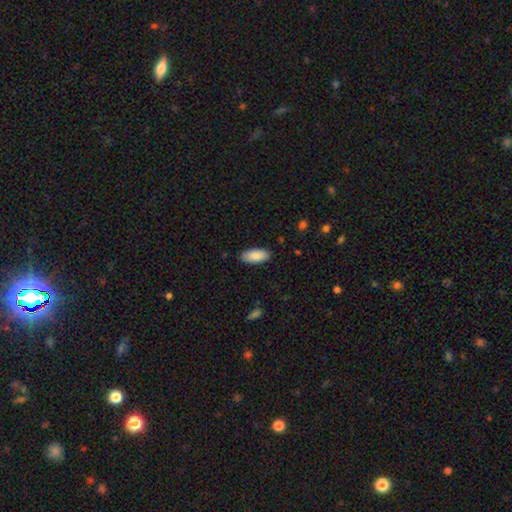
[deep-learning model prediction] The model was most divided on "how rounded": in between: 88%, cigar-shaped: 11%, round: 2%. More confident: smooth or featured — smooth (89%); merging — none (88%).